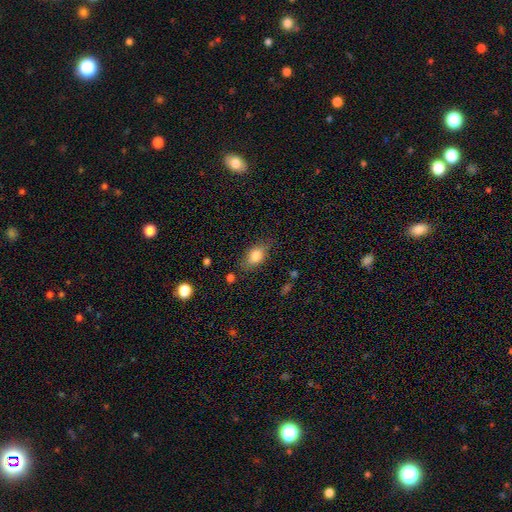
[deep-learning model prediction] Smooth or featured?
  - smooth: 78% *
  - featured or disk: 13%
  - star or artifact: 9%
How rounded?
  - in between: 81% *
  - round: 13%
  - cigar-shaped: 5%
Merging?
  - none: 76% *
  - minor disturbance: 17%
  - major disturbance: 5%
  - merger: 2%